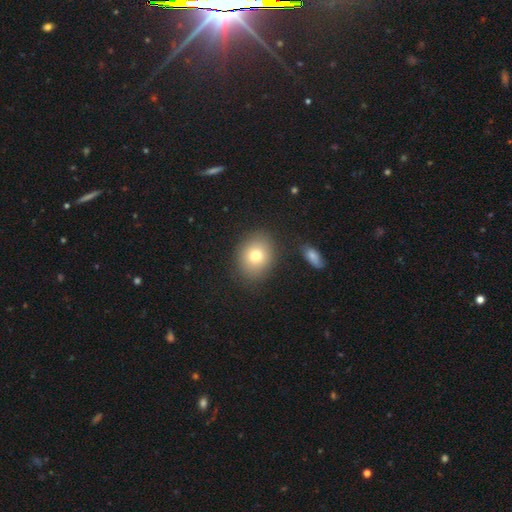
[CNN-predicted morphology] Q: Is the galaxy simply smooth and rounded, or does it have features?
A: smooth — 76%.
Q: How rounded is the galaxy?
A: round — 55%.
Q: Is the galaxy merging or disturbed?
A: none — 84%.